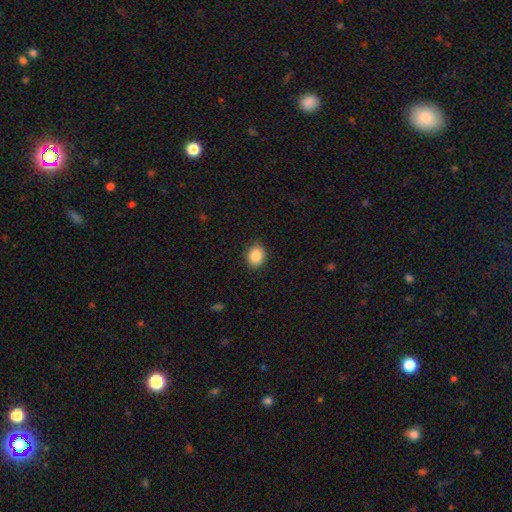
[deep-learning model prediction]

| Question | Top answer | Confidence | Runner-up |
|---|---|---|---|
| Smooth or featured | smooth | 87% | star or artifact (9%) |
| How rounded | round | 51% | in between (48%) |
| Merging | none | 89% | minor disturbance (8%) |